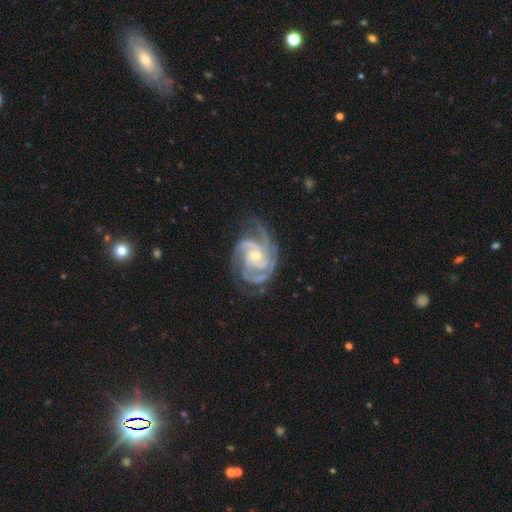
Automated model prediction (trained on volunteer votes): featured or disk 93%, star or artifact 4%, smooth 3%. Down the decision tree: edge-on disk — no (98%); bar — no (64%); spiral arms — yes (99%); spiral arm count — 3 (54%); spiral winding — tight (56%); bulge size — small (56%); merging — none (69%).